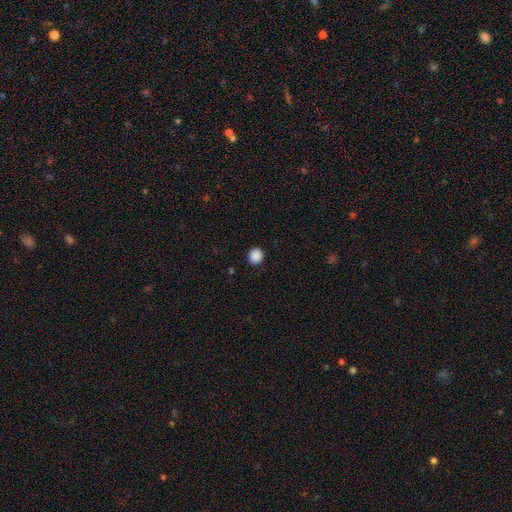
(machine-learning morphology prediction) This appears to be a smooth galaxy with no disk features (89%) that is round (91%). Merging: none (92%).